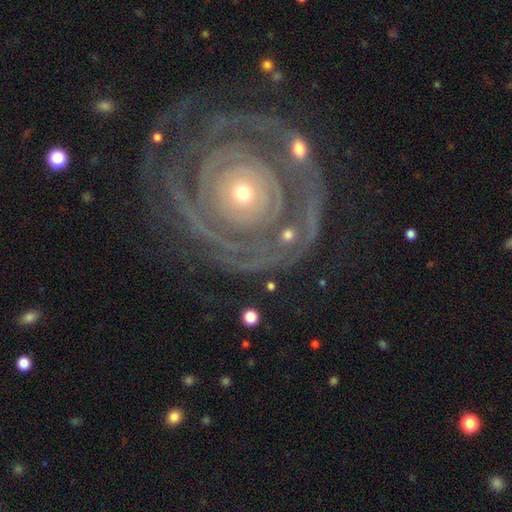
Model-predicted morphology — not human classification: Smooth or featured? Predicted: featured or disk (p=0.85). Edge-on disk? Predicted: no (p=0.96). Bar? Predicted: no (p=0.86). Spiral arms? Predicted: yes (p=0.87). Spiral winding? Predicted: tight (p=0.84). Spiral arm count? Predicted: can't tell (p=0.33). Bulge size? Predicted: small (p=0.61). Merging? Predicted: none (p=0.68).